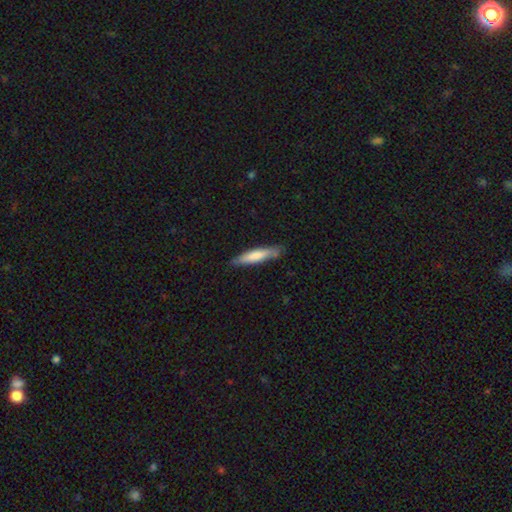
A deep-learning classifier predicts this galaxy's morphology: Smooth or featured?
  - smooth: 70% *
  - featured or disk: 25%
  - star or artifact: 5%
How rounded?
  - cigar-shaped: 85% *
  - in between: 14%
  - round: 1%
Merging?
  - none: 81% *
  - minor disturbance: 15%
  - major disturbance: 2%
  - merger: 2%